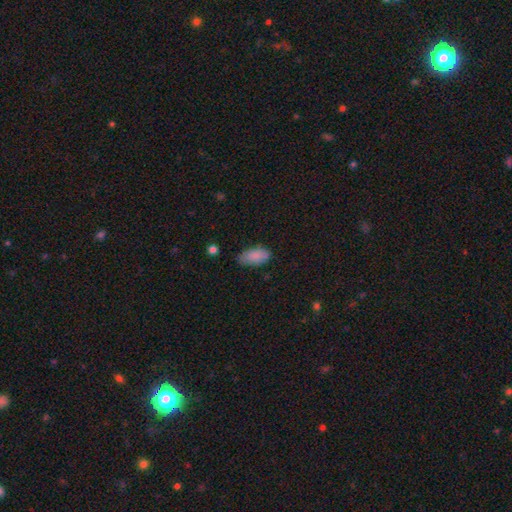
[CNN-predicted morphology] Q: Smooth or featured?
A: smooth (87%); runner-up: star or artifact (7%)
Q: How rounded?
A: in between (92%); runner-up: cigar-shaped (5%)
Q: Merging?
A: none (71%); runner-up: minor disturbance (23%)